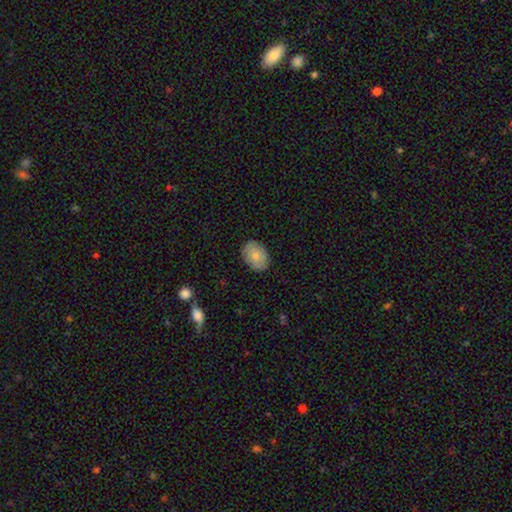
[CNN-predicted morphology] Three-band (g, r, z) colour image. It shows a smooth galaxy with no disk features (77%) that is in between round and cigar-shaped (76%). Merging: none (85%).